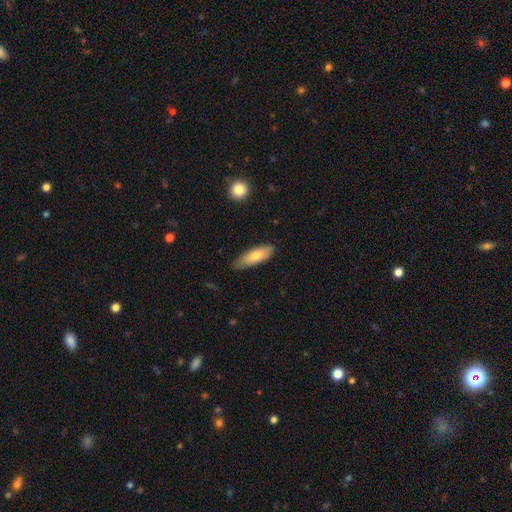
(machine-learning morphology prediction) The model was most divided on "how rounded": in between: 57%, cigar-shaped: 41%, round: 2%. More confident: merging — none (73%); smooth or featured — smooth (72%).